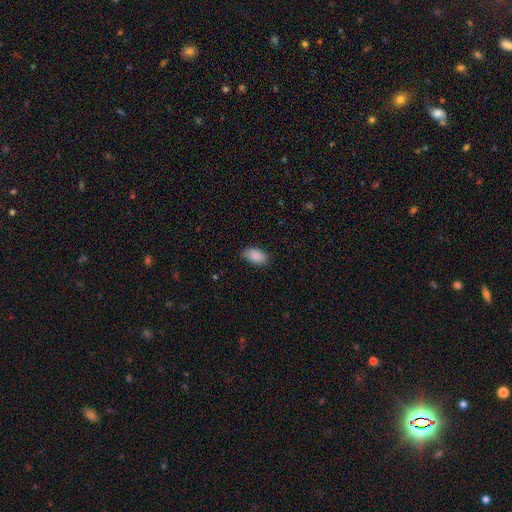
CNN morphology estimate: type=smooth (89%); roundness=in between (93%); merging=none (79%).